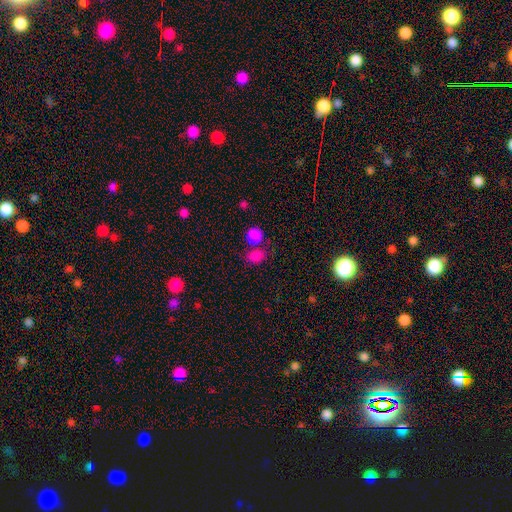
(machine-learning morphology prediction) Smooth or featured? smooth (82%)
How rounded? round (56%)
Merging? none (60%)